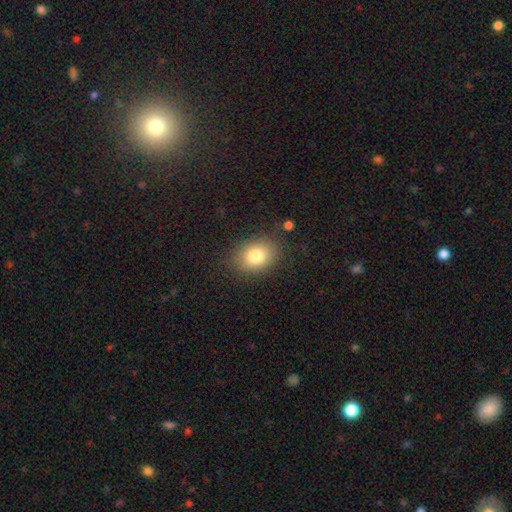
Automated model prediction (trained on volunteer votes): Q: Smooth or featured?
A: smooth (80%); runner-up: star or artifact (10%)
Q: How rounded?
A: in between (65%); runner-up: round (34%)
Q: Merging?
A: none (84%); runner-up: minor disturbance (11%)